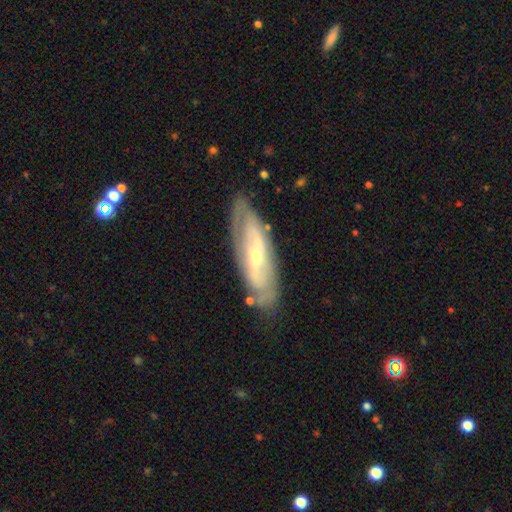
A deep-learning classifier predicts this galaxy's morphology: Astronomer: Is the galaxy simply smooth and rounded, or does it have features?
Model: featured or disk — 75%.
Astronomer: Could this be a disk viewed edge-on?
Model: no — 80%.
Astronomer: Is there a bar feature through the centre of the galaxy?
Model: strong — 36% (runner-up: weak, 34%).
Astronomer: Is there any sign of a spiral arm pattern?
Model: yes — 75%.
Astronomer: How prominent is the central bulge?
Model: small — 62%.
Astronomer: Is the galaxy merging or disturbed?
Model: none — 76%.